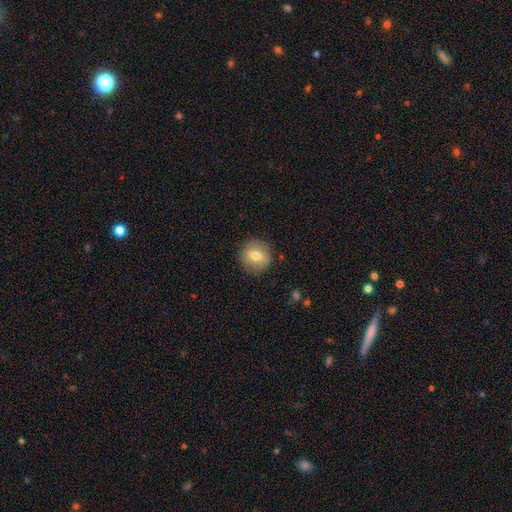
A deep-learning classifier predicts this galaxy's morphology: A smooth galaxy with no disk features (72%) that is round (90%).

Vote fractions:
- Smooth or featured? smooth: 72% / featured or disk: 19% / star or artifact: 9%
- How rounded? round: 90% / in between: 9% / cigar-shaped: 1%
- Merging? none: 88% / minor disturbance: 8% / major disturbance: 3% / merger: 1%